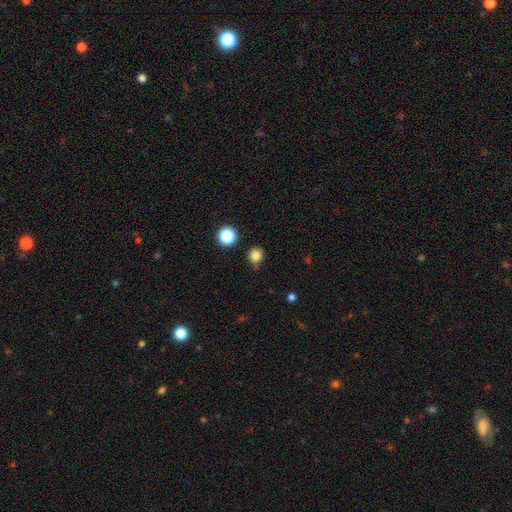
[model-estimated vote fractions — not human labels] smooth 82%, star or artifact 14%, featured or disk 4%. Down the decision tree: how rounded — round (86%); merging — none (77%).